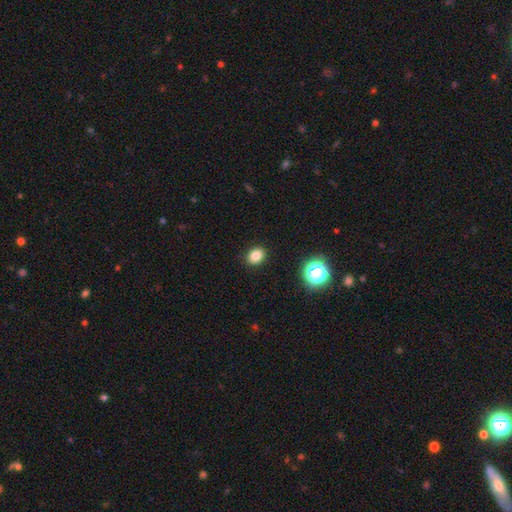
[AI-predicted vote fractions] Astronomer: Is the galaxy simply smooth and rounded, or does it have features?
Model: smooth — 83%.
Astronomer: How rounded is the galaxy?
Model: in between — 55% (runner-up: round, 44%).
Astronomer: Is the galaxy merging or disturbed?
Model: none — 90%.